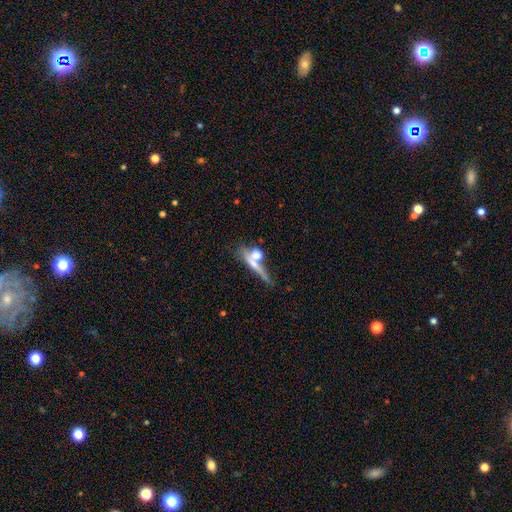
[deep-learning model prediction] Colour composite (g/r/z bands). It shows a smooth galaxy with no disk features (54%) that is cigar-shaped (52%). Merging: merger (42%).